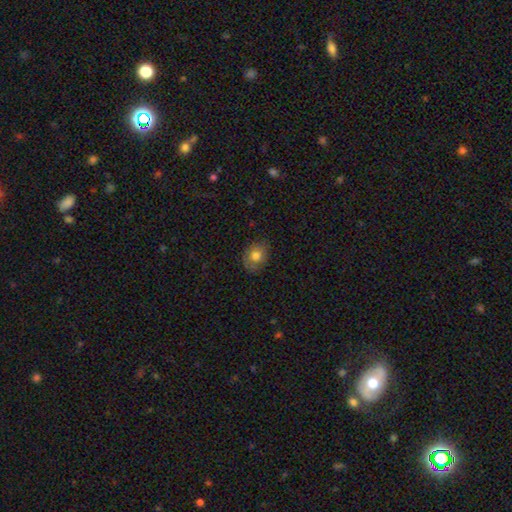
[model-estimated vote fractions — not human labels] Q: Smooth or featured?
A: smooth (76%); runner-up: featured or disk (14%)
Q: How rounded?
A: round (52%); runner-up: in between (47%)
Q: Merging?
A: none (78%); runner-up: minor disturbance (17%)